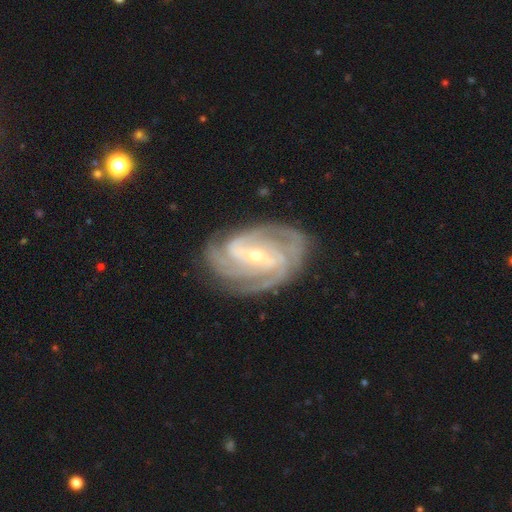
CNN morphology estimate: smooth-or-featured: featured or disk: 91% | star or artifact: 5% | smooth: 4%
  disk-edge-on: no: 97% | yes: 3%
    bar: strong: 41% | weak: 39% | no: 20%
    has-spiral-arms: yes: 98% | no: 2%
      spiral-winding: tight: 61% | medium: 34% | loose: 5%
      spiral-arm-count: 3: 34% | 4: 26% | 2: 16% | can't tell: 12% | more than 4: 6% | 1: 5%
    bulge-size: small: 68% | moderate: 29% | large: 1% | none: 1% | dominant: 1%
  merging: none: 78% | minor disturbance: 16% | major disturbance: 5% | merger: 1%